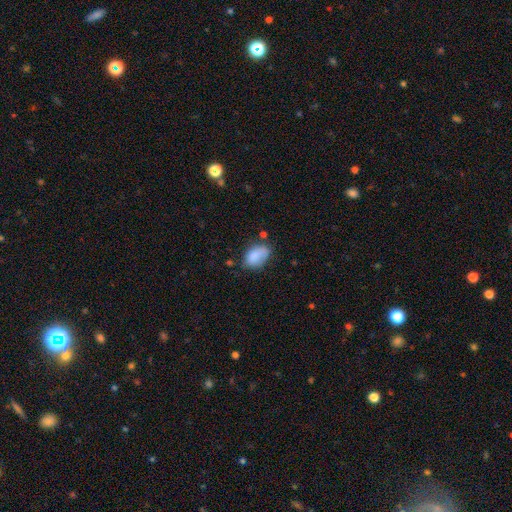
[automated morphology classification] Smooth or featured? smooth (85%)
How rounded? in between (90%)
Merging? none (58%)